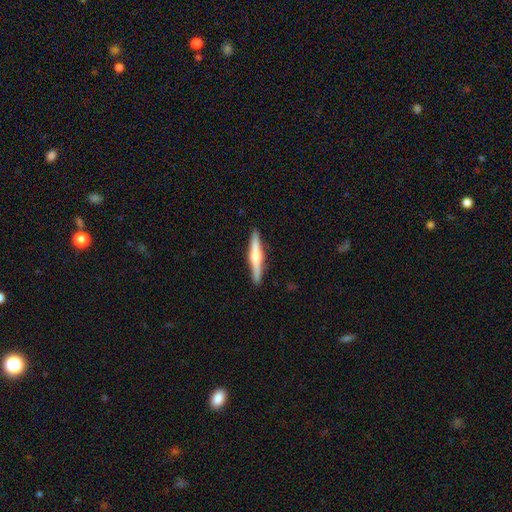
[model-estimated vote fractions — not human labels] Q: Smooth or featured?
A: featured or disk (60%); runner-up: smooth (34%)
Q: Edge-on disk?
A: yes (98%); runner-up: no (2%)
Q: Edge-on bulge?
A: rounded (83%); runner-up: boxy (11%)
Q: Merging?
A: none (91%); runner-up: minor disturbance (7%)